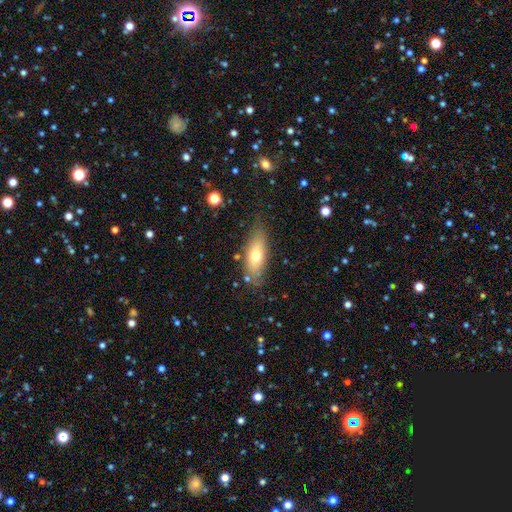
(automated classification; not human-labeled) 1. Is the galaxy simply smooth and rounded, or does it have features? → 64% smooth, 29% featured or disk, 7% star or artifact.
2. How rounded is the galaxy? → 71% in between, 26% cigar-shaped, 3% round.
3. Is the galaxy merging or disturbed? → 72% none, 20% minor disturbance, 5% major disturbance, 3% merger.